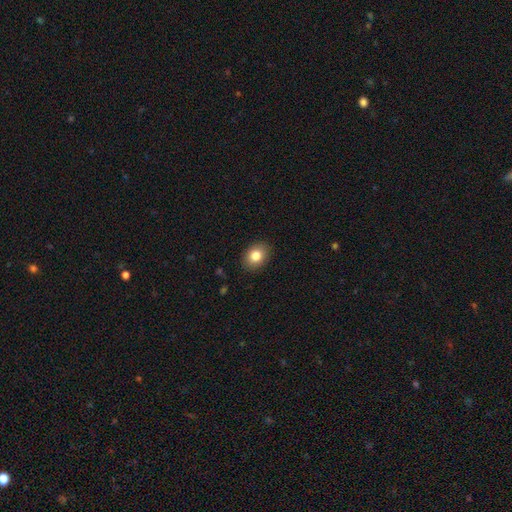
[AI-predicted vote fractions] Smooth or featured: smooth — 83% (star or artifact — 9%)
How rounded: in between — 60% (round — 39%)
Merging: none — 89% (minor disturbance — 8%)